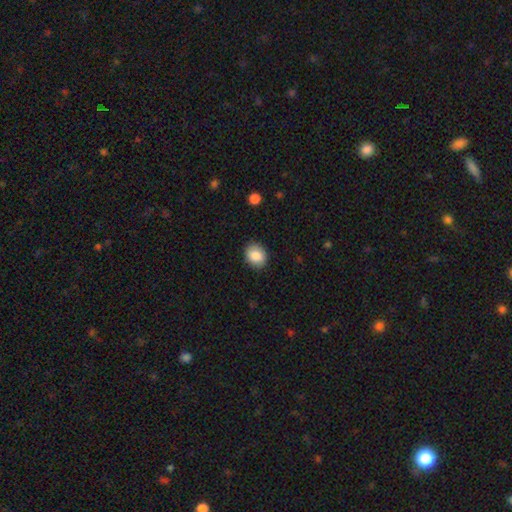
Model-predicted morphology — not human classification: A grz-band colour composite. It shows a smooth galaxy with no disk features (86%) that is round (55%). Merging: none (88%).